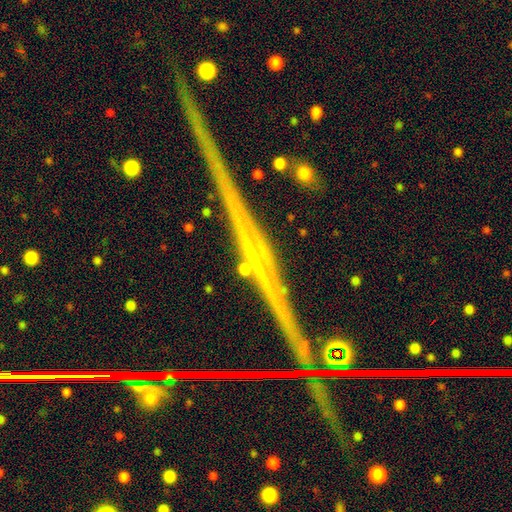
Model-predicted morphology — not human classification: This appears to be a featured or disk galaxy (50%) viewed edge-on (95%). Merging: none (88%).